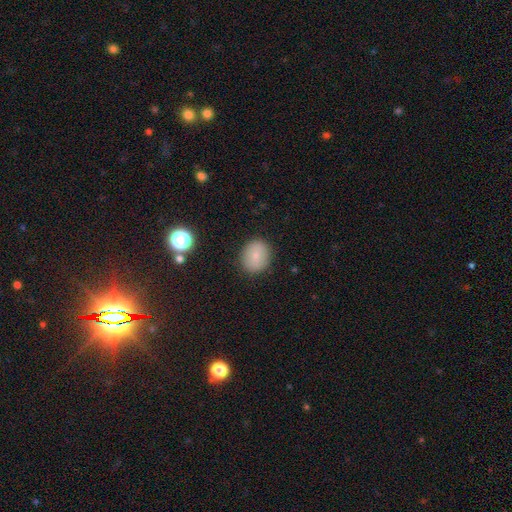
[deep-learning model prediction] Q: Smooth or featured?
A: smooth (77%); runner-up: featured or disk (13%)
Q: How rounded?
A: round (69%); runner-up: in between (30%)
Q: Merging?
A: none (88%); runner-up: minor disturbance (9%)